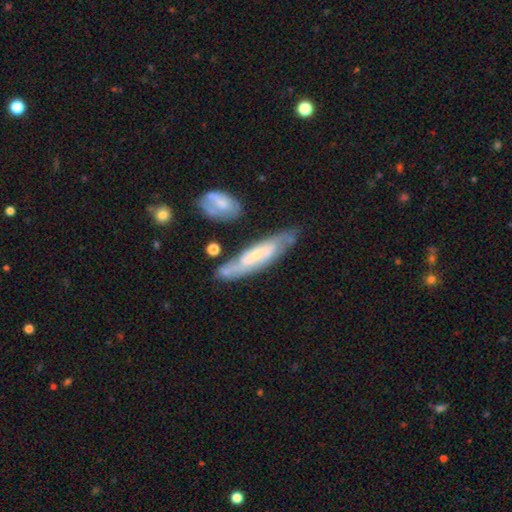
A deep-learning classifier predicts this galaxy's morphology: This appears to be a featured or disk galaxy (65%). Merging: none (66%).